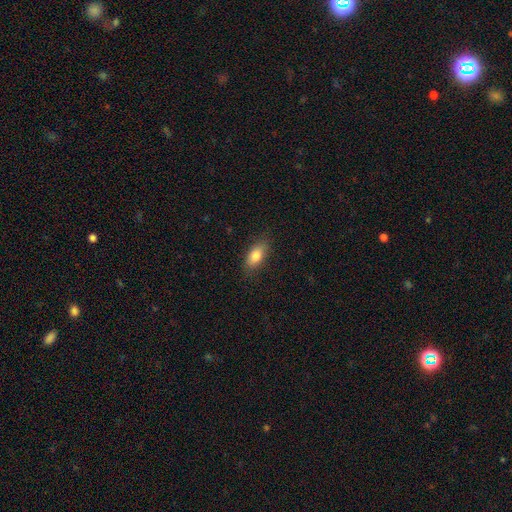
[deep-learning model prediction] Overall: smooth (82%). How rounded: in between (86%). Merging: none (82%).